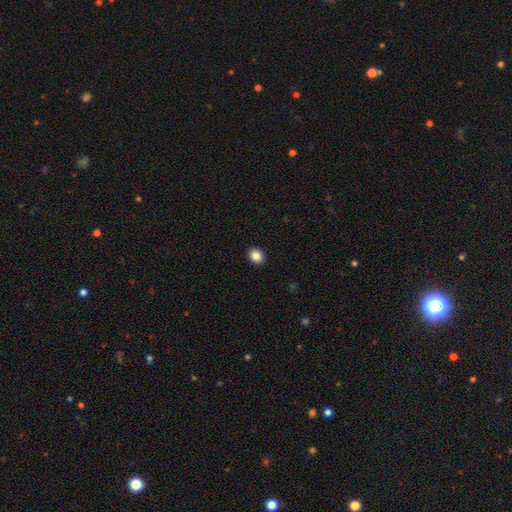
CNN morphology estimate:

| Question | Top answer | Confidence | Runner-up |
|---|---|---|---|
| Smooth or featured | smooth | 86% | star or artifact (10%) |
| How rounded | round | 66% | in between (33%) |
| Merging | none | 92% | minor disturbance (5%) |